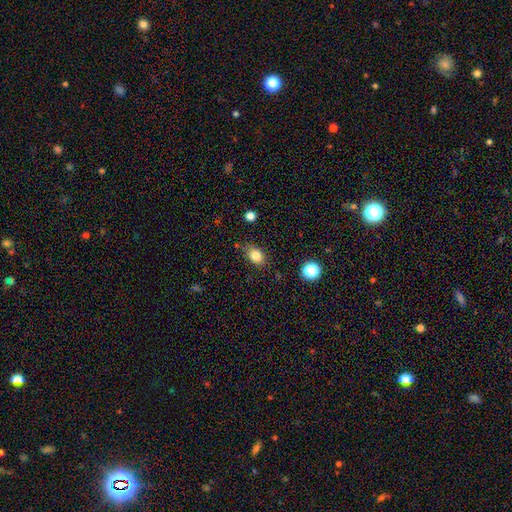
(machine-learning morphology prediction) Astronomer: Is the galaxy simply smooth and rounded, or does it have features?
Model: smooth — 84%.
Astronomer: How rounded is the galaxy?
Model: in between — 71%.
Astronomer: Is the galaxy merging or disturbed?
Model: none — 75%.